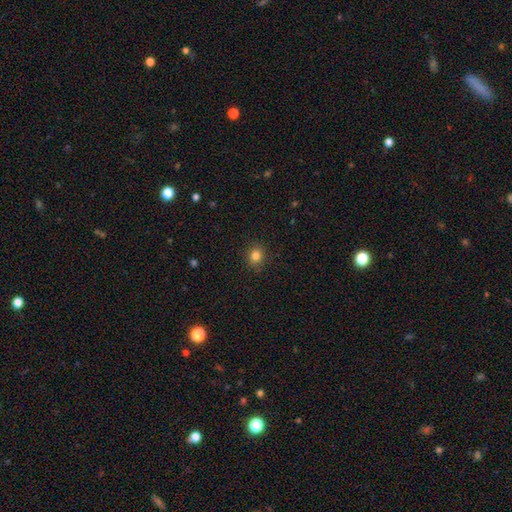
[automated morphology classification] Q: Smooth or featured?
A: smooth (83%); runner-up: star or artifact (12%)
Q: How rounded?
A: round (75%); runner-up: in between (24%)
Q: Merging?
A: none (89%); runner-up: minor disturbance (8%)